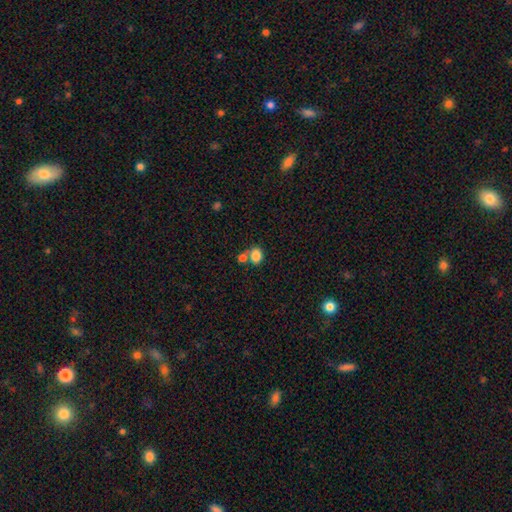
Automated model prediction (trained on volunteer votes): smooth_or_featured: smooth (p=0.83) [alt: star or artifact p=0.10]
how_rounded: in between (p=0.50) [alt: round p=0.49]
merging: none (p=0.50) [alt: merger p=0.35]